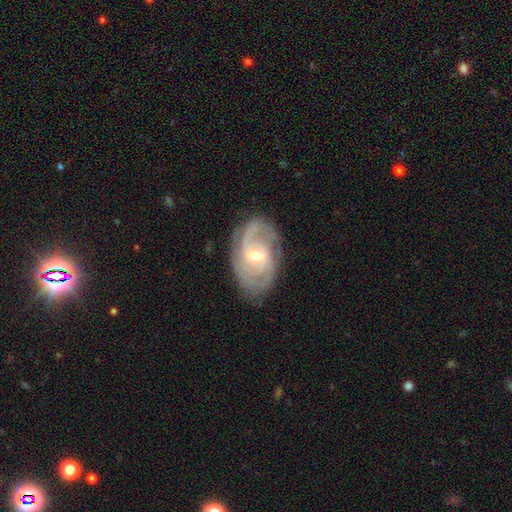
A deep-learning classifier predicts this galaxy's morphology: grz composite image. It shows a featured or disk galaxy (88%) with a weak bar (50%), 2 (44%) tight (48%) spiral arms (97%) and a small central bulge (52%). Merging: none (79%).